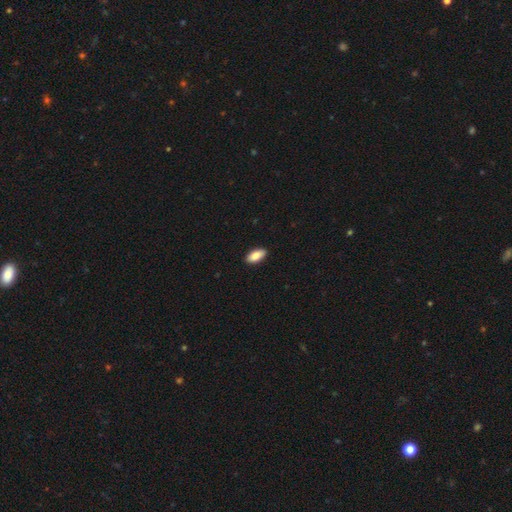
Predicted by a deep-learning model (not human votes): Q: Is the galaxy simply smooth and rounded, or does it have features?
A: smooth — 88%.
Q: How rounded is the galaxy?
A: in between — 91%.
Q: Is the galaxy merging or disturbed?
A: none — 90%.